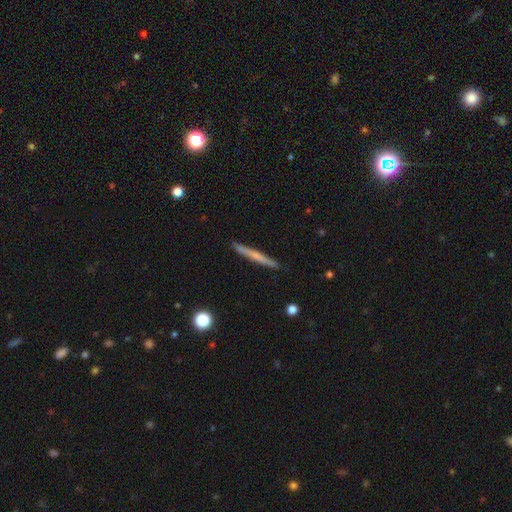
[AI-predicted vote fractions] Smooth or featured?
  - smooth: 55% *
  - featured or disk: 39%
  - star or artifact: 6%
How rounded?
  - cigar-shaped: 96% *
  - in between: 2%
  - round: 2%
Merging?
  - none: 91% *
  - minor disturbance: 6%
  - major disturbance: 1%
  - merger: 1%